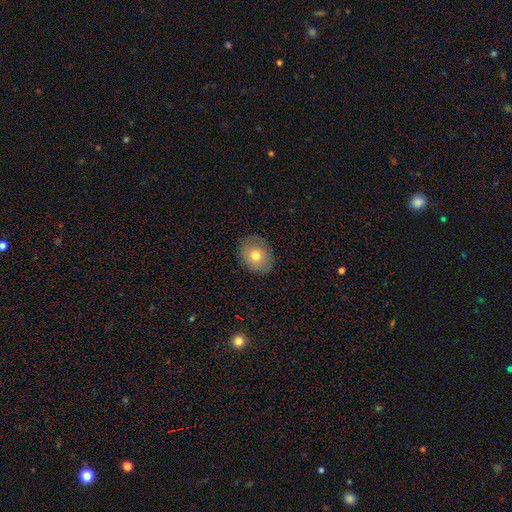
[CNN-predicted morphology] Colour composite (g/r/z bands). It shows a smooth galaxy with no disk features (71%) that is round (52%). Merging: none (85%).